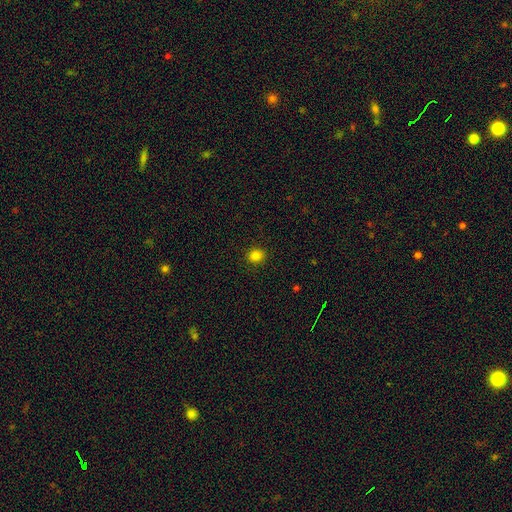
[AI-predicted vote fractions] The model was most divided on "how rounded": round: 82%, in between: 17%, cigar-shaped: 1%. More confident: merging — none (92%); smooth or featured — smooth (82%).